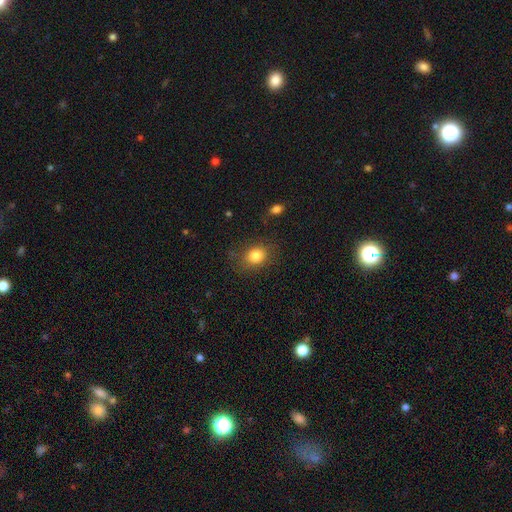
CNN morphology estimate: smooth 82%, star or artifact 11%, featured or disk 7%. Down the decision tree: how rounded — round (53%); merging — none (80%).